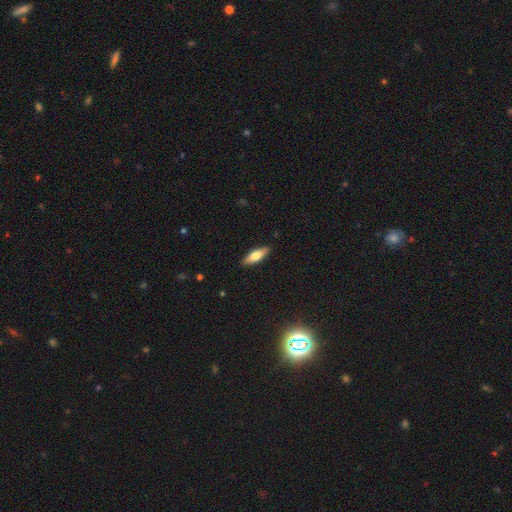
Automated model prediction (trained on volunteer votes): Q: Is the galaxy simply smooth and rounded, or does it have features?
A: smooth — 66%.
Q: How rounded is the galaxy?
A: in between — 56%.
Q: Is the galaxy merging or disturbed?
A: none — 89%.